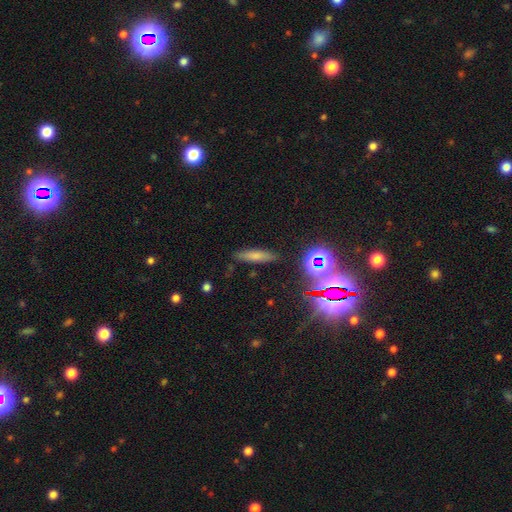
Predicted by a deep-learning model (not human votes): The model was most divided on "smooth or featured": smooth: 65%, featured or disk: 18%, star or artifact: 17%. More confident: merging — none (85%); how rounded — cigar-shaped (75%).